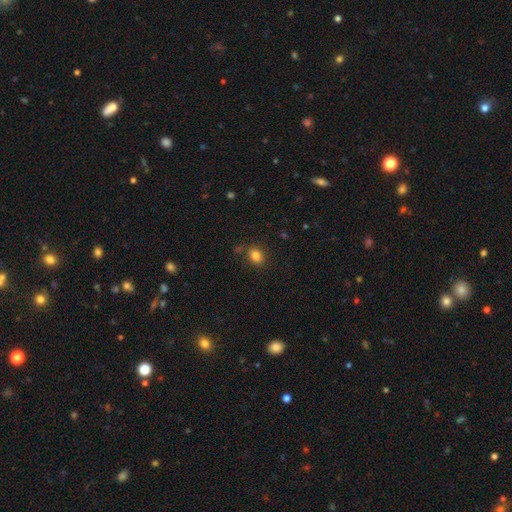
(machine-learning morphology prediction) This is clearly a smooth galaxy (82%). How rounded: possibly in between (55%). Merging: likely none (79%).